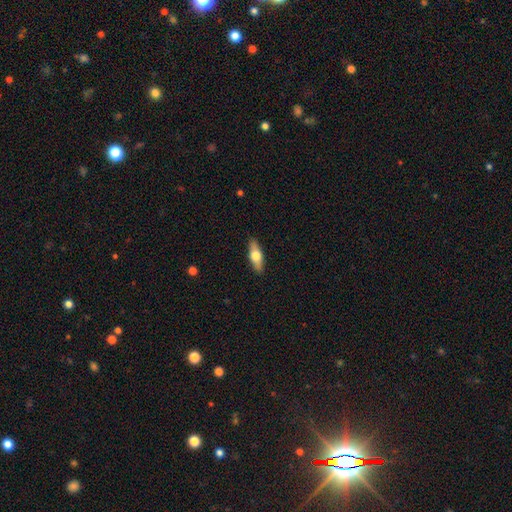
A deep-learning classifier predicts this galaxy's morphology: Smooth or featured? Predicted: smooth (p=0.57). How rounded? Predicted: in between (p=0.63). Merging? Predicted: none (p=0.89).